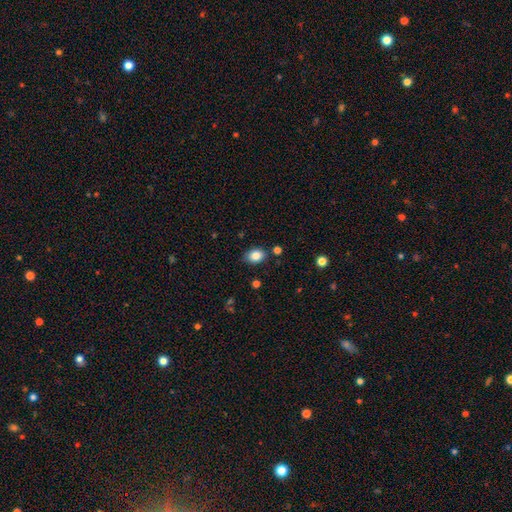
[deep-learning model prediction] The model was most divided on "how rounded": in between: 70%, round: 29%, cigar-shaped: 1%. More confident: smooth or featured — smooth (84%); merging — none (82%).